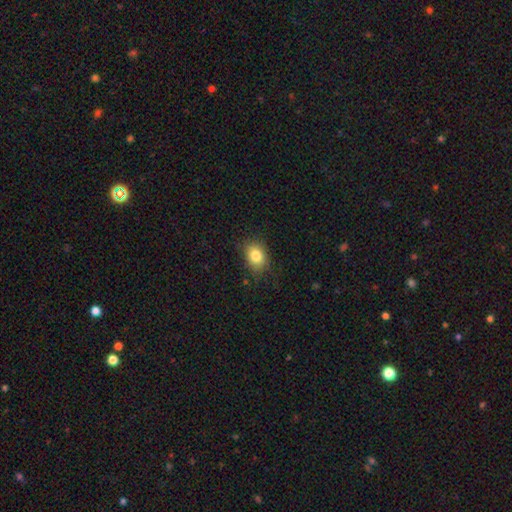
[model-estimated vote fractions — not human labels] Smooth or featured? smooth (82%)
How rounded? in between (67%)
Merging? none (80%)